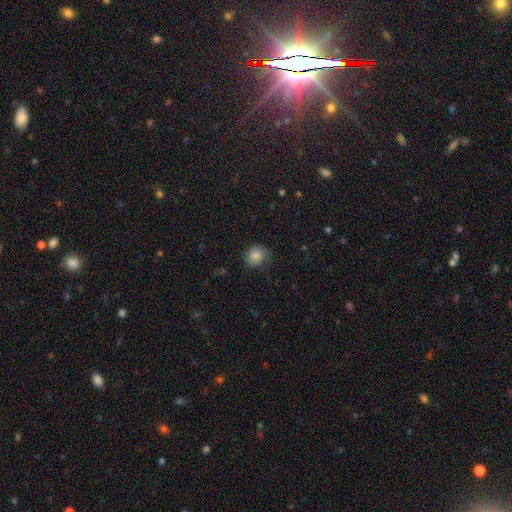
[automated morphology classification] A smooth galaxy with no disk features (78%) that is round (78%). Merging: none (69%).